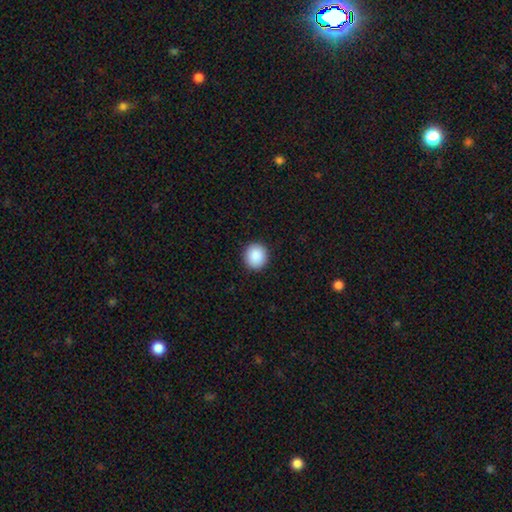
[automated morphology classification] type=smooth (89%); roundness=round (92%); merging=none (93%).